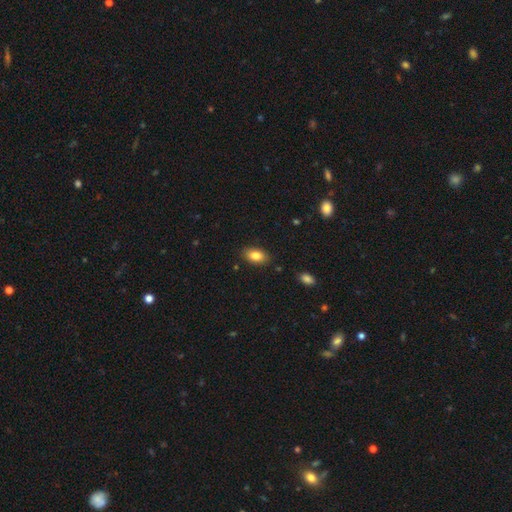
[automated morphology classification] Q: Smooth or featured?
A: smooth (83%); runner-up: featured or disk (9%)
Q: How rounded?
A: in between (91%); runner-up: round (7%)
Q: Merging?
A: none (86%); runner-up: minor disturbance (10%)